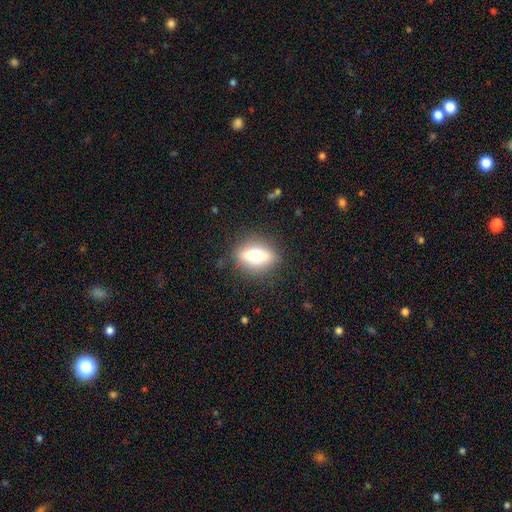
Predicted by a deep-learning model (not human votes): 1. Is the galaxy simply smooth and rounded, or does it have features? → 59% smooth, 32% featured or disk, 9% star or artifact.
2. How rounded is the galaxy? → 67% in between, 19% round, 13% cigar-shaped.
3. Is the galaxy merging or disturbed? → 84% none, 11% minor disturbance, 4% major disturbance, 1% merger.